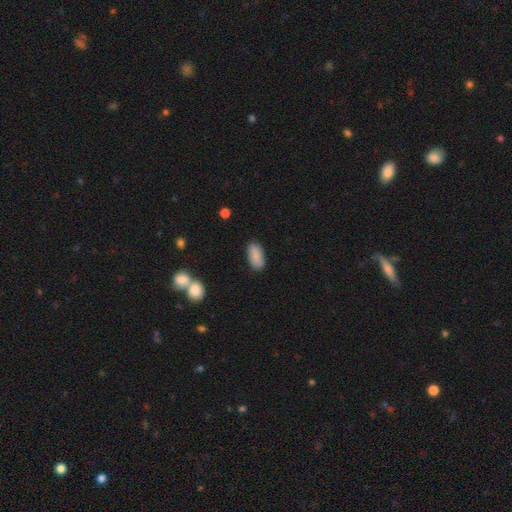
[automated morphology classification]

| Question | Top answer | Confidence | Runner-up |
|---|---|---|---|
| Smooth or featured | smooth | 87% | star or artifact (7%) |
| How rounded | in between | 89% | cigar-shaped (8%) |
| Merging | none | 83% | minor disturbance (12%) |